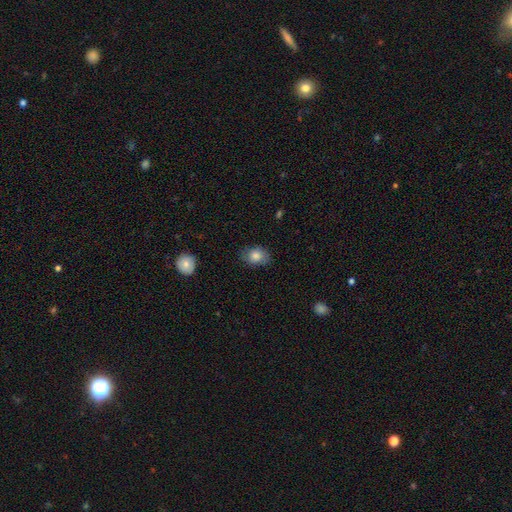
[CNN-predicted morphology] Smooth or featured?
  - smooth: 82% *
  - featured or disk: 10%
  - star or artifact: 8%
How rounded?
  - in between: 58% *
  - round: 41%
  - cigar-shaped: 1%
Merging?
  - none: 75% *
  - minor disturbance: 19%
  - major disturbance: 5%
  - merger: 1%